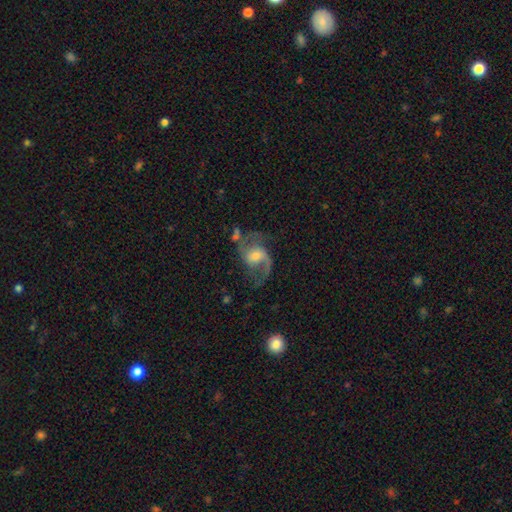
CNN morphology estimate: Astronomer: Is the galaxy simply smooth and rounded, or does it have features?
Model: featured or disk — 84%.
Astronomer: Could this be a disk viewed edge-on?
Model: no — 97%.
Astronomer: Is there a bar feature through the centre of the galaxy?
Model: no — 46% (runner-up: weak, 43%).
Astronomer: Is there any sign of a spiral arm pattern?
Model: yes — 95%.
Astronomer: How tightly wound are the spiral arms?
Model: loose — 50% (runner-up: medium, 42%).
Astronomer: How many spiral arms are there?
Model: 2 — 81%.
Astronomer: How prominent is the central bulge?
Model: moderate — 47% (runner-up: small, 40%).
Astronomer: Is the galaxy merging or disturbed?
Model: none — 56%.